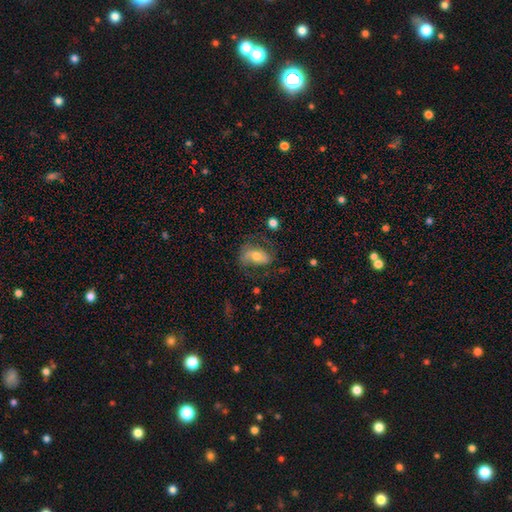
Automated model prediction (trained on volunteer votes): Smooth or featured?
  - featured or disk: 52% *
  - smooth: 39%
  - star or artifact: 9%
Edge-on disk?
  - no: 93% *
  - yes: 7%
Merging?
  - none: 57% *
  - minor disturbance: 22%
  - major disturbance: 18%
  - merger: 2%